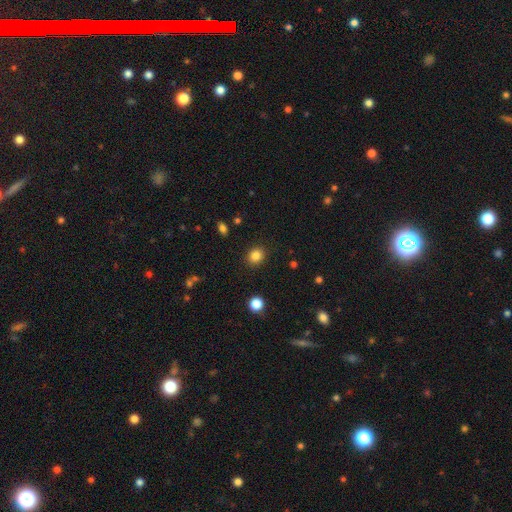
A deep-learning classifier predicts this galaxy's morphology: This is clearly a smooth galaxy (84%). How rounded: likely round (67%). Merging: clearly none (89%).